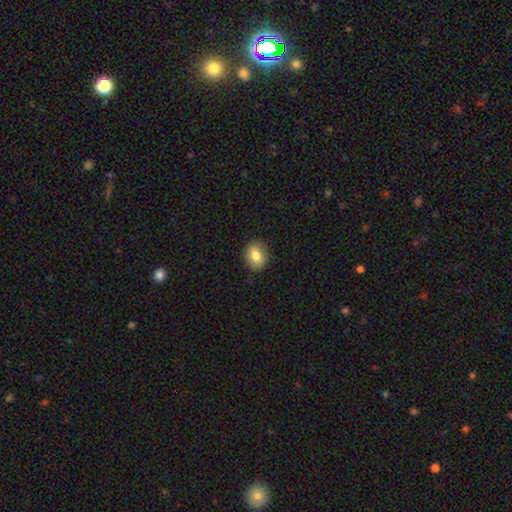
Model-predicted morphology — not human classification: Q: Smooth or featured?
A: smooth (79%); runner-up: featured or disk (12%)
Q: How rounded?
A: round (55%); runner-up: in between (44%)
Q: Merging?
A: none (87%); runner-up: minor disturbance (10%)